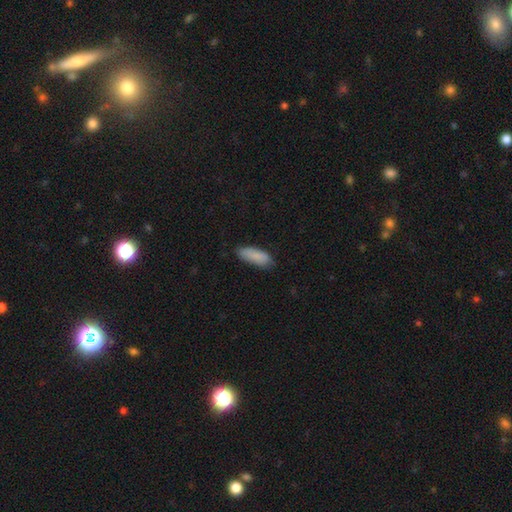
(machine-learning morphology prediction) smooth 87%, featured or disk 7%, star or artifact 6%. Down the decision tree: how rounded — in between (70%); merging — none (75%).